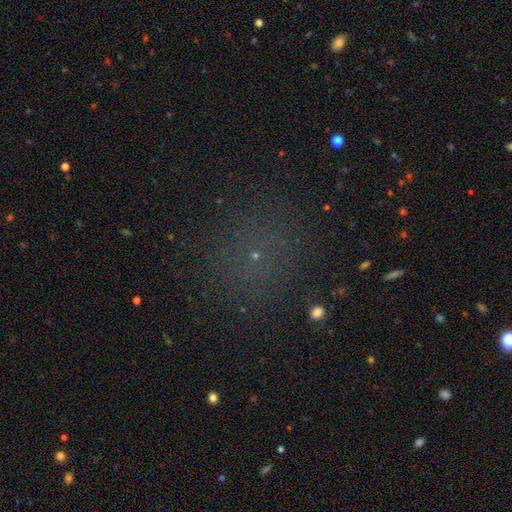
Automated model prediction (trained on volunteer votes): A smooth galaxy with no disk features (45%, tied with star or artifact). Merging: none (83%).